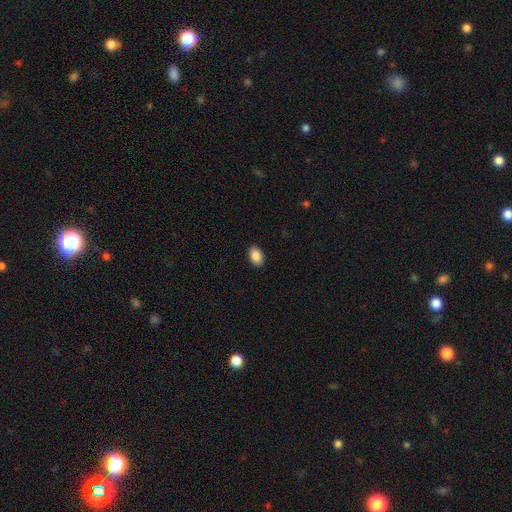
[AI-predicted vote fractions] Overall: smooth (89%). How rounded: in between (90%). Merging: none (90%).